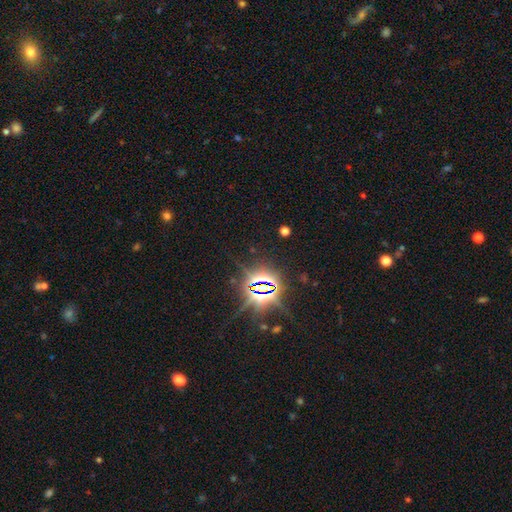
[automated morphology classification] Smooth or featured?
  - star or artifact: 83% *
  - smooth: 10%
  - featured or disk: 7%